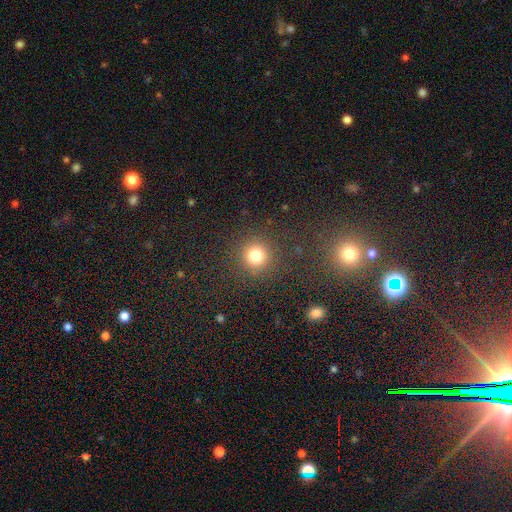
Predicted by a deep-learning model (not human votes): Overall: smooth (79%). How rounded: round (94%). Merging: none (87%).